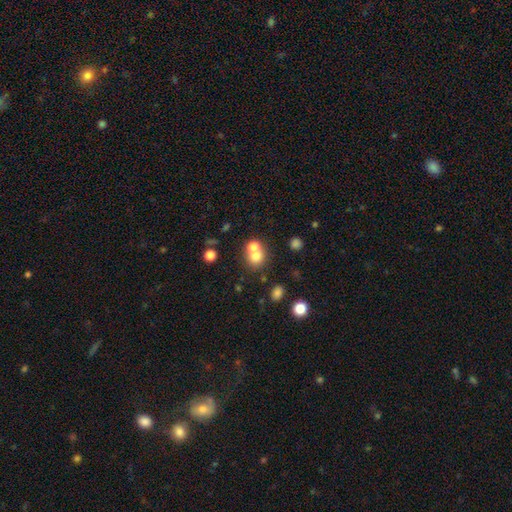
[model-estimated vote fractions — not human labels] smooth 71%, featured or disk 15%, star or artifact 13%. Down the decision tree: how rounded — round (78%); merging — merger (53%).